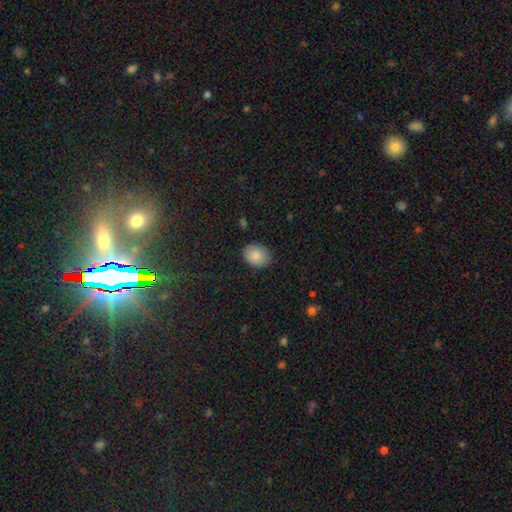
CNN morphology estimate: Smooth or featured?
  - smooth: 87% *
  - star or artifact: 8%
  - featured or disk: 5%
How rounded?
  - in between: 61% *
  - round: 38%
  - cigar-shaped: 1%
Merging?
  - none: 84% *
  - minor disturbance: 12%
  - major disturbance: 2%
  - merger: 1%